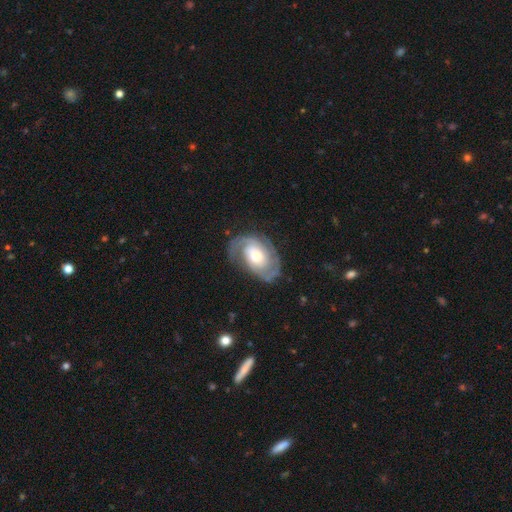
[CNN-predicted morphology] This appears to be a featured or disk galaxy (84%) with no bar (67%), 2 (74%) tight (50%) spiral arms (95%) and a moderate central bulge (63%). Merging: none (73%).